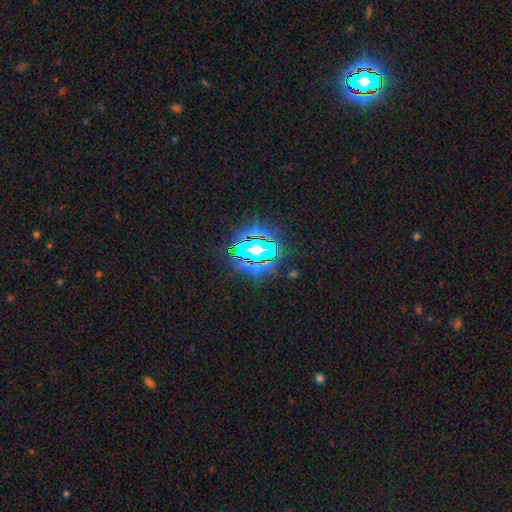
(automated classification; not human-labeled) Smooth or featured? star or artifact (70%)